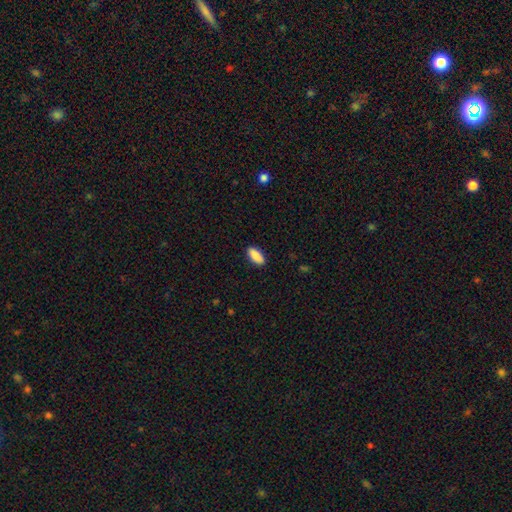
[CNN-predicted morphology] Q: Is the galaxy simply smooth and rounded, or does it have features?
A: smooth — 89%.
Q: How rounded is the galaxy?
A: in between — 82%.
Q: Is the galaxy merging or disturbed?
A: none — 89%.